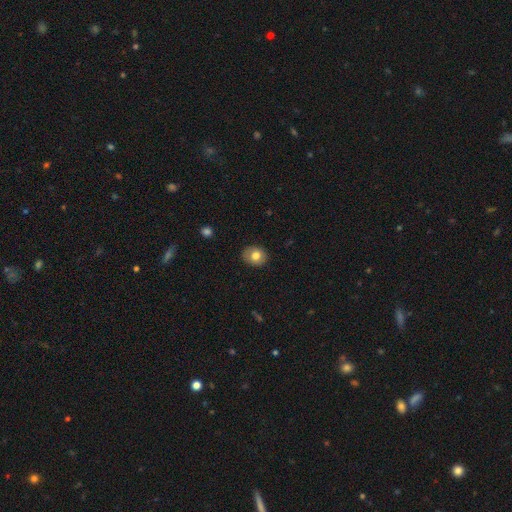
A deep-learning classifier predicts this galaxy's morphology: Smooth or featured? Predicted: smooth (p=0.77). How rounded? Predicted: round (p=0.57). Merging? Predicted: none (p=0.86).